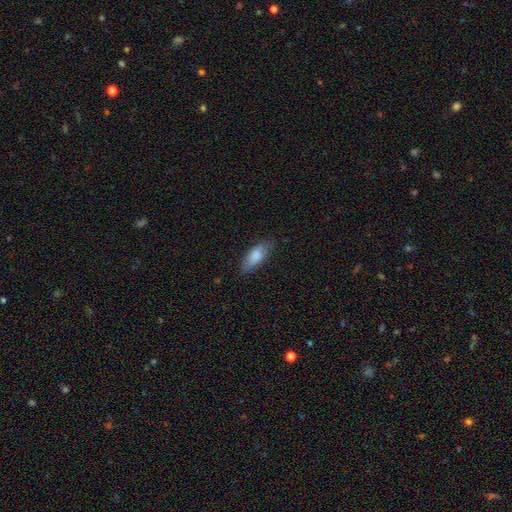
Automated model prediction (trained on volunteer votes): This is clearly a smooth galaxy (83%). How rounded: likely in between (74%). Merging: likely none (79%).